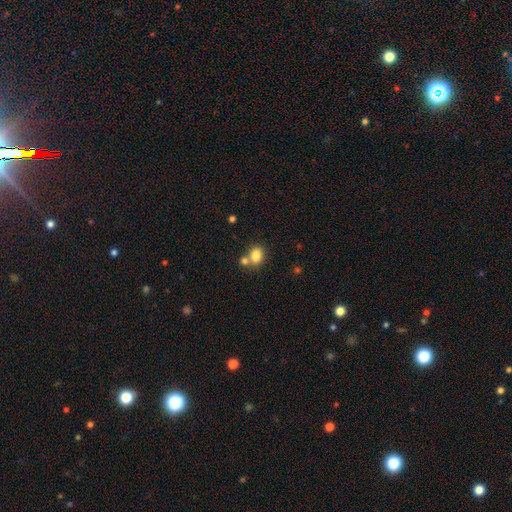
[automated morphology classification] A smooth galaxy with no disk features (83%) that is in between round and cigar-shaped (55%).

Vote fractions:
- Smooth or featured? smooth: 83% / star or artifact: 10% / featured or disk: 8%
- How rounded? in between: 55% / round: 44% / cigar-shaped: 1%
- Merging? none: 52% / merger: 34% / minor disturbance: 11% / major disturbance: 4%